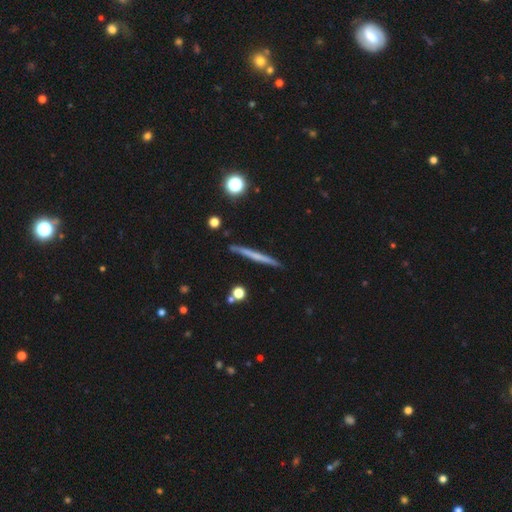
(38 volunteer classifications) Smooth or featured: featured or disk — 55% (smooth — 37%)
Edge-on disk: yes — 100%
Edge-on bulge: none — 71% (rounded — 24%)
Merging: none — 86% (minor disturbance — 14%)